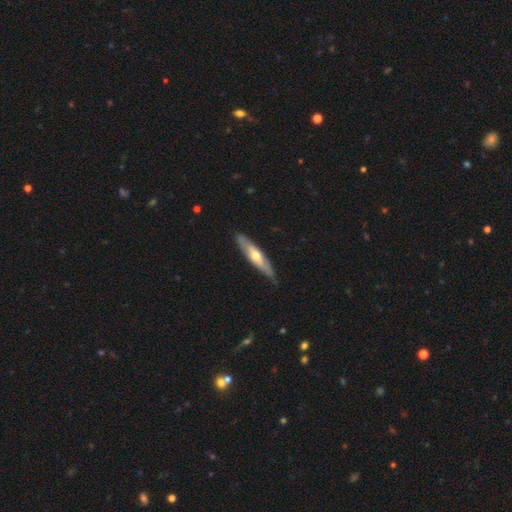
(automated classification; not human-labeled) smooth_or_featured: featured or disk (p=0.56) [alt: smooth p=0.40]
disk_edge_on: yes (p=0.73) [alt: no p=0.27]
merging: none (p=0.82) [alt: minor disturbance p=0.15]